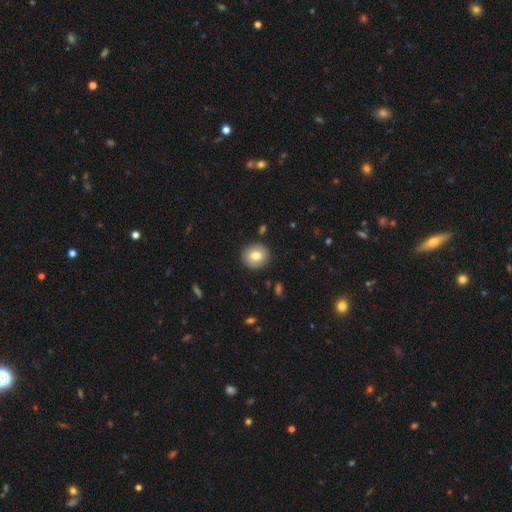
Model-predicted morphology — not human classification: smooth_or_featured: smooth (p=0.78) [alt: featured or disk p=0.13]
how_rounded: round (p=0.88) [alt: in between p=0.11]
merging: none (p=0.91) [alt: minor disturbance p=0.06]